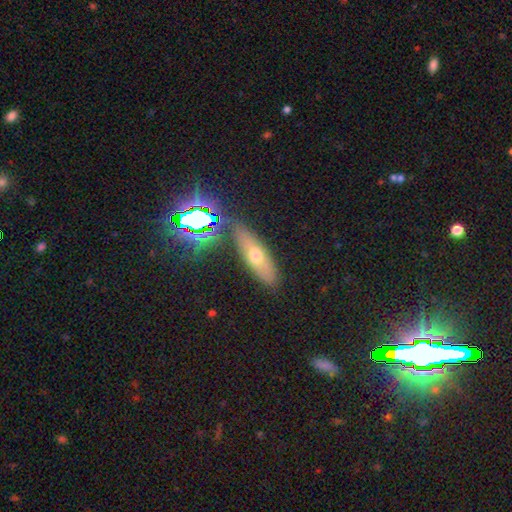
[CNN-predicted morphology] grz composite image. It shows a smooth galaxy with no disk features (53%) that is in between round and cigar-shaped (49%). Merging: none (80%).